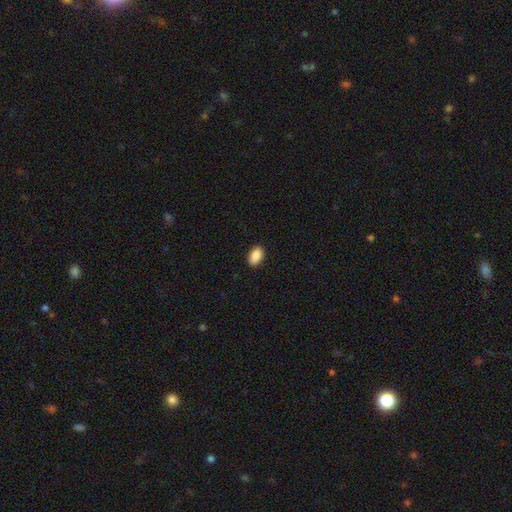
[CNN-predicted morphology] smooth_or_featured: smooth (p=0.89) [alt: star or artifact p=0.07]
how_rounded: in between (p=0.92) [alt: round p=0.06]
merging: none (p=0.88) [alt: minor disturbance p=0.09]